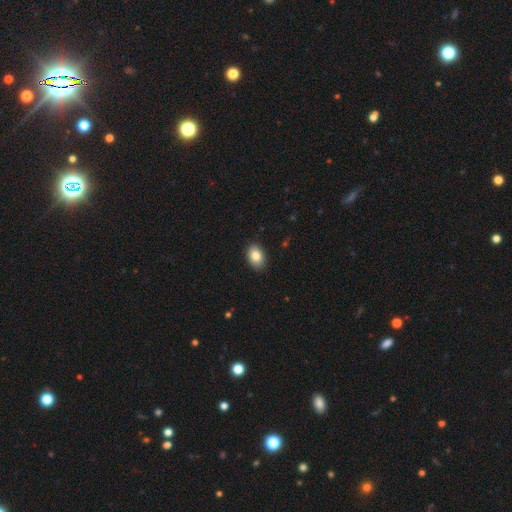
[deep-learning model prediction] Q: Smooth or featured?
A: smooth (84%); runner-up: featured or disk (8%)
Q: How rounded?
A: in between (82%); runner-up: round (17%)
Q: Merging?
A: none (89%); runner-up: minor disturbance (8%)